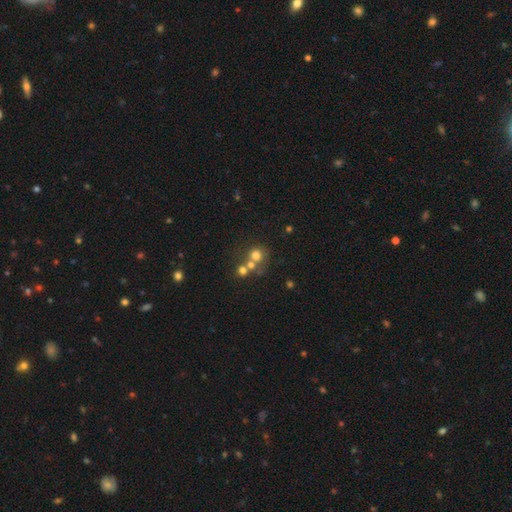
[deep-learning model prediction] Morphology: type=smooth (66%); roundness=round (83%); merging=merger (45%).